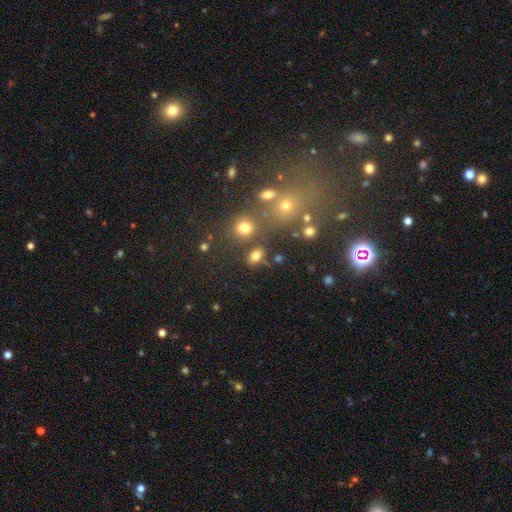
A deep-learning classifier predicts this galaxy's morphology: Overall: smooth (76%). How rounded: in between (75%). Merging: none (70%).